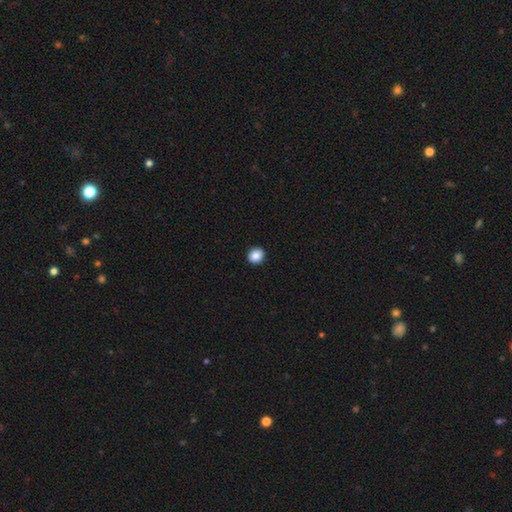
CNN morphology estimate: smooth 87%, star or artifact 9%, featured or disk 4%. Down the decision tree: how rounded — round (84%); merging — none (93%).